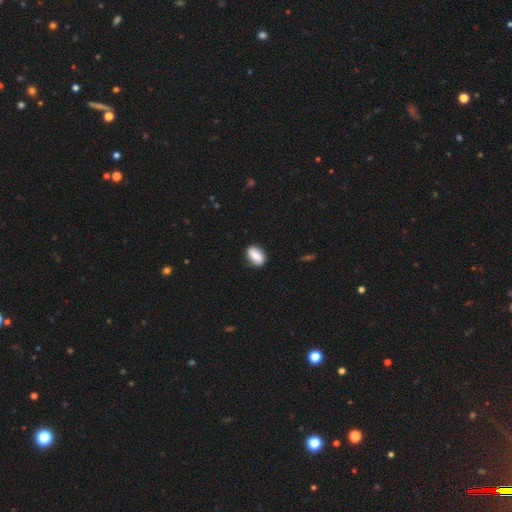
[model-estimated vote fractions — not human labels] Overall: smooth (68%). How rounded: in between (86%). Merging: none (78%).